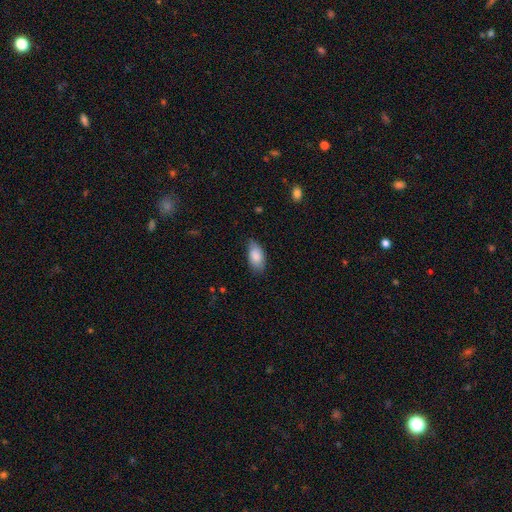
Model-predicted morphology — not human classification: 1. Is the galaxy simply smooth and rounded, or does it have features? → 86% smooth, 8% featured or disk, 6% star or artifact.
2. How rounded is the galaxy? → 93% in between, 4% cigar-shaped, 3% round.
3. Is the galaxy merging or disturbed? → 72% none, 23% minor disturbance, 4% major disturbance, 1% merger.